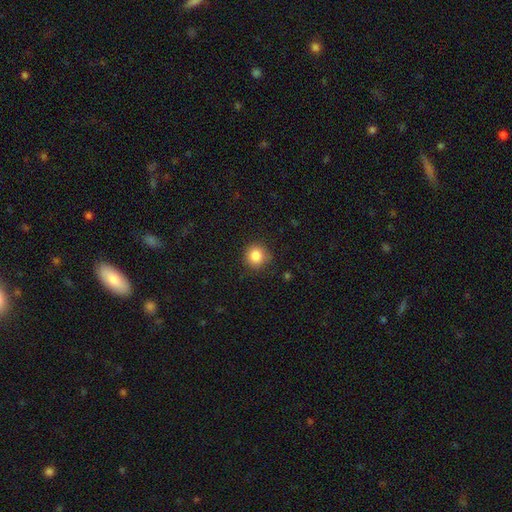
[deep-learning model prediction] This is clearly a smooth galaxy (85%). How rounded: clearly round (89%). Merging: clearly none (84%).